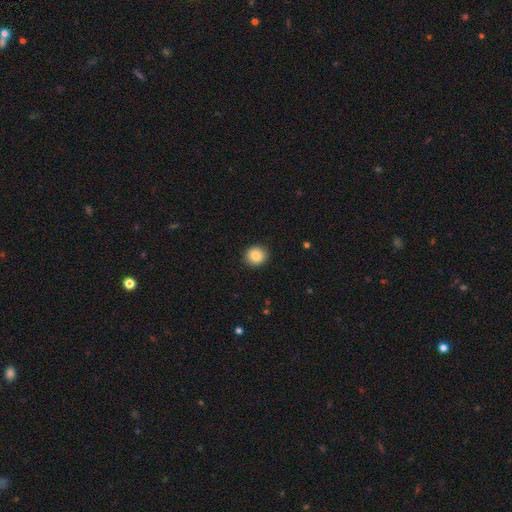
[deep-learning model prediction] smooth 87%, star or artifact 9%, featured or disk 5%. Down the decision tree: how rounded — round (86%); merging — none (91%).